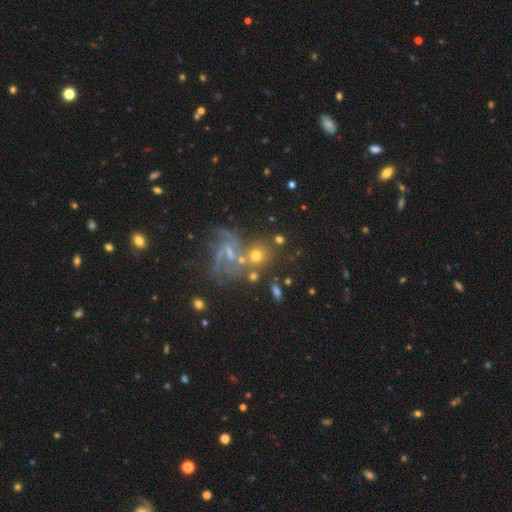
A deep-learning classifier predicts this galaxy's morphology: smooth-or-featured: featured or disk: 47% | smooth: 31% | star or artifact: 22%
  merging: none: 51% | merger: 22% | minor disturbance: 15% | major disturbance: 13%